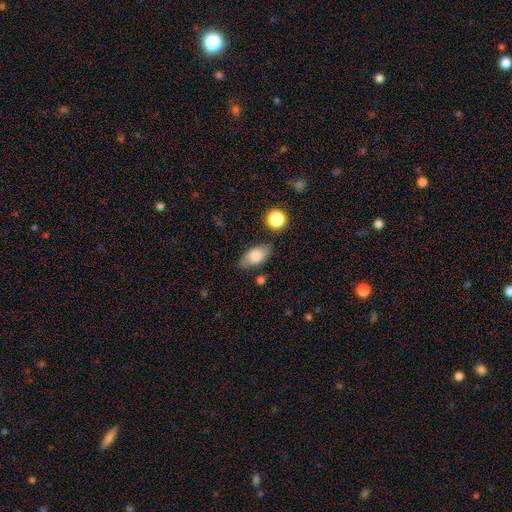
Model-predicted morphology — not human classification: smooth 77%, featured or disk 15%, star or artifact 7%. Down the decision tree: how rounded — in between (90%); merging — none (78%).